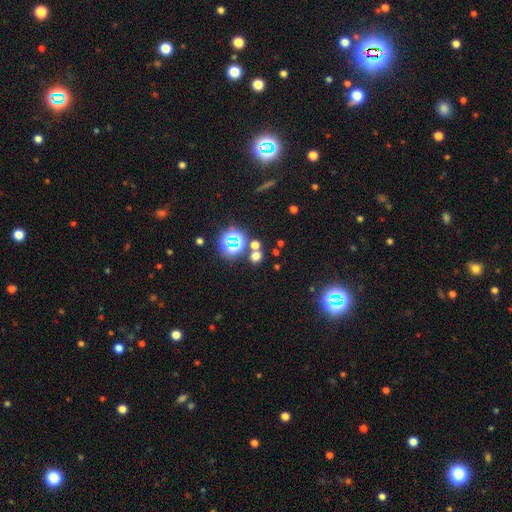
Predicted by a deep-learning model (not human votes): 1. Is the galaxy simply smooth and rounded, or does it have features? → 57% smooth, 36% star or artifact, 7% featured or disk.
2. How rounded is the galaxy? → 83% round, 16% in between, 1% cigar-shaped.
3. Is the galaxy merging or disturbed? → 72% none, 17% merger, 7% minor disturbance, 3% major disturbance.